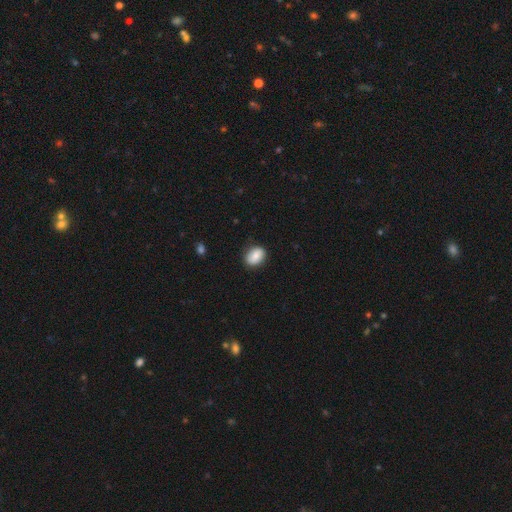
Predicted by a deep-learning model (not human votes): Smooth or featured? smooth (81%)
How rounded? in between (72%)
Merging? none (85%)